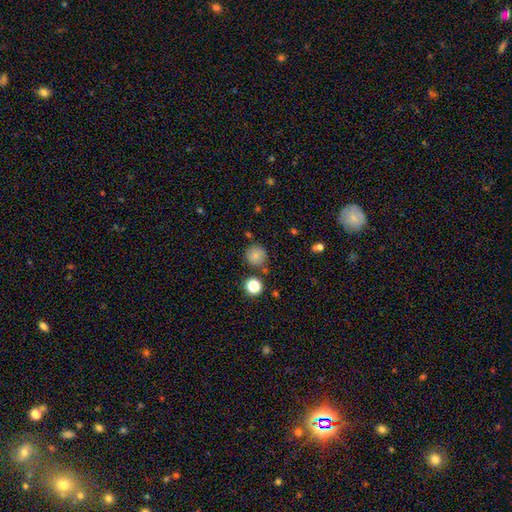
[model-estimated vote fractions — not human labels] Smooth or featured? Predicted: smooth (p=0.79). How rounded? Predicted: round (p=0.93). Merging? Predicted: none (p=0.78).